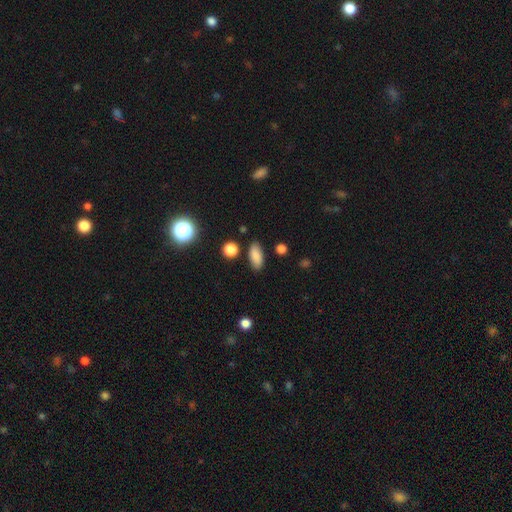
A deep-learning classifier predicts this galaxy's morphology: This appears to be a smooth galaxy with no disk features (84%) that is in between round and cigar-shaped (83%). Merging: none (84%).